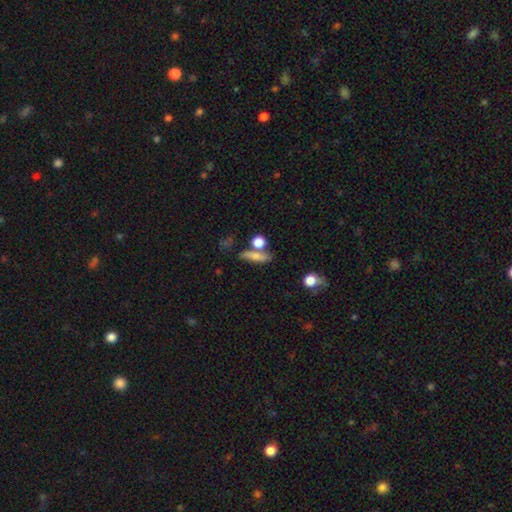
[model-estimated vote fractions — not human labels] smooth-or-featured: smooth: 69% | featured or disk: 21% | star or artifact: 10%
  how-rounded: cigar-shaped: 53% | in between: 29% | round: 17%
  merging: none: 59% | merger: 20% | minor disturbance: 14% | major disturbance: 6%